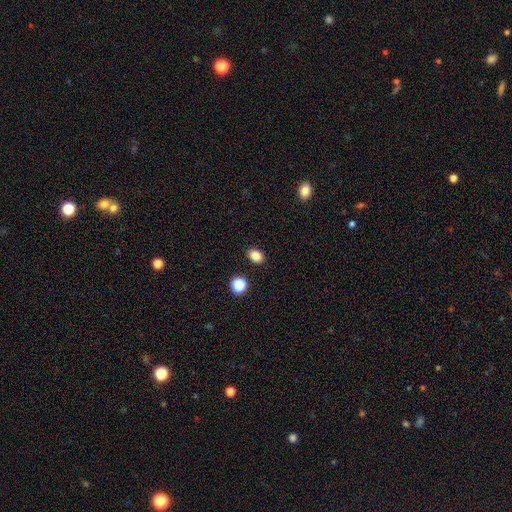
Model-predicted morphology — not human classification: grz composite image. It shows a smooth galaxy with no disk features (83%) that is in between round and cigar-shaped (67%). Merging: none (88%).